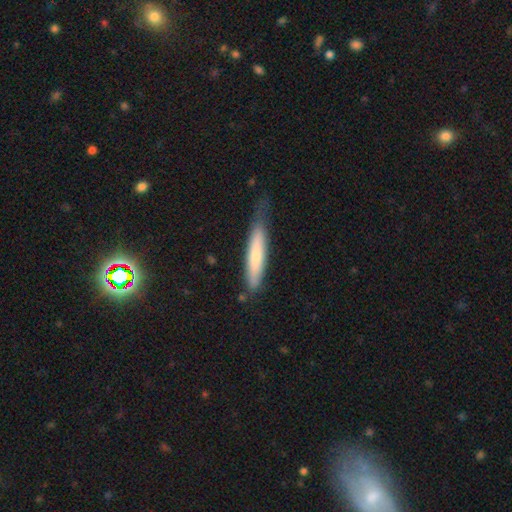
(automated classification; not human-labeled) Q: Smooth or featured?
A: smooth (66%); runner-up: featured or disk (28%)
Q: How rounded?
A: cigar-shaped (88%); runner-up: in between (11%)
Q: Merging?
A: none (58%); runner-up: minor disturbance (31%)